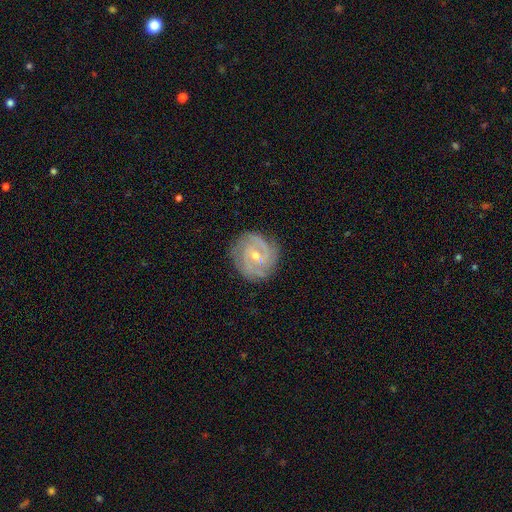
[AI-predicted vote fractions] smooth-or-featured: featured or disk: 88% | smooth: 6% | star or artifact: 6%
  disk-edge-on: no: 98% | yes: 2%
    bar: weak: 50% | no: 31% | strong: 19%
    has-spiral-arms: yes: 98% | no: 2%
      spiral-winding: tight: 63% | medium: 32% | loose: 5%
      spiral-arm-count: 2: 40% | 3: 31% | can't tell: 12% | 4: 7% | 1: 5% | more than 4: 5%
    bulge-size: small: 62% | moderate: 35% | none: 1% | large: 1% | dominant: 1%
  merging: none: 82% | minor disturbance: 13% | major disturbance: 4% | merger: 1%